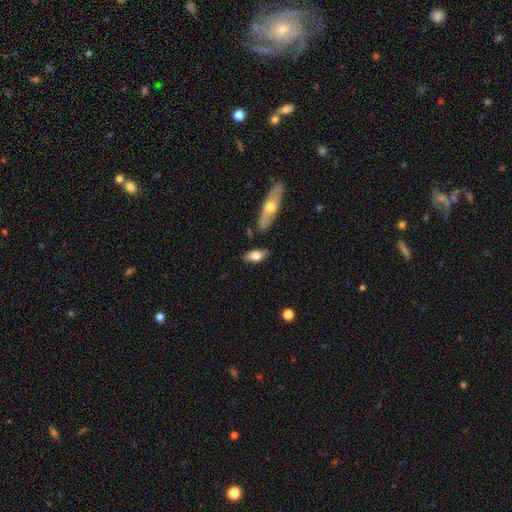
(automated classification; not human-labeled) Morphology: type=smooth (68%); roundness=in between (81%); merging=none (78%).